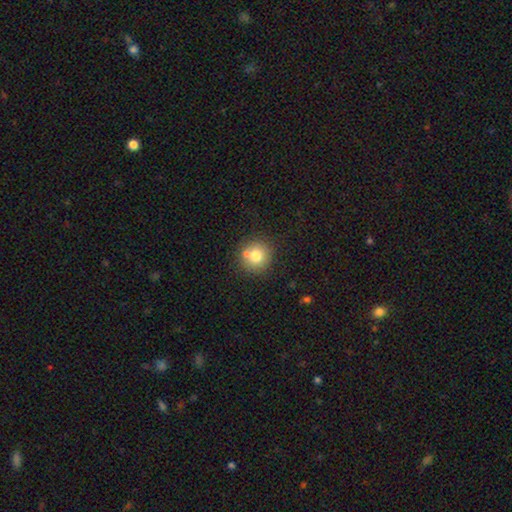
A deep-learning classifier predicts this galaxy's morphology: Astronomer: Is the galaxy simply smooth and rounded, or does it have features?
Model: smooth — 76%.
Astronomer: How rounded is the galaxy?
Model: round — 92%.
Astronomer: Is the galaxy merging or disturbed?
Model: none — 70%.